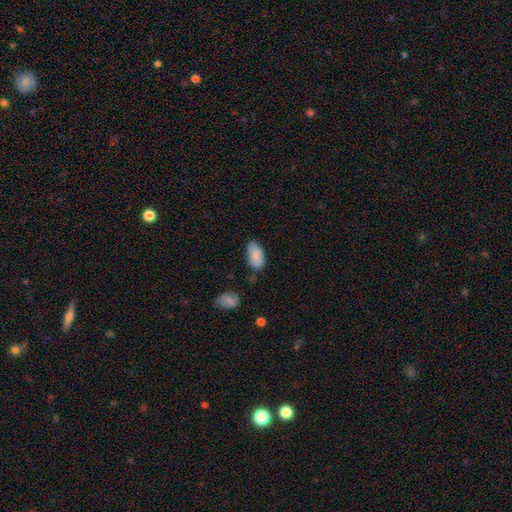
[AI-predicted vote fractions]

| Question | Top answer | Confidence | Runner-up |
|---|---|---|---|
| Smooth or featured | smooth | 84% | featured or disk (9%) |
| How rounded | in between | 95% | round (3%) |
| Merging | none | 69% | minor disturbance (23%) |